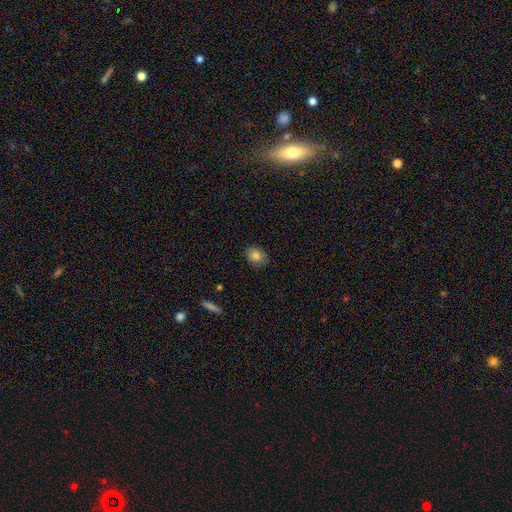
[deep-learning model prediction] smooth 82%, star or artifact 9%, featured or disk 9%. Down the decision tree: how rounded — in between (51%); merging — none (84%).